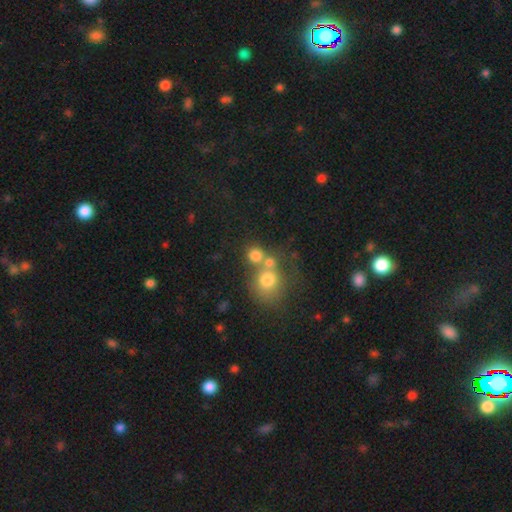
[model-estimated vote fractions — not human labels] Q: Smooth or featured?
A: smooth (74%); runner-up: star or artifact (15%)
Q: How rounded?
A: round (85%); runner-up: in between (13%)
Q: Merging?
A: none (46%); runner-up: merger (42%)